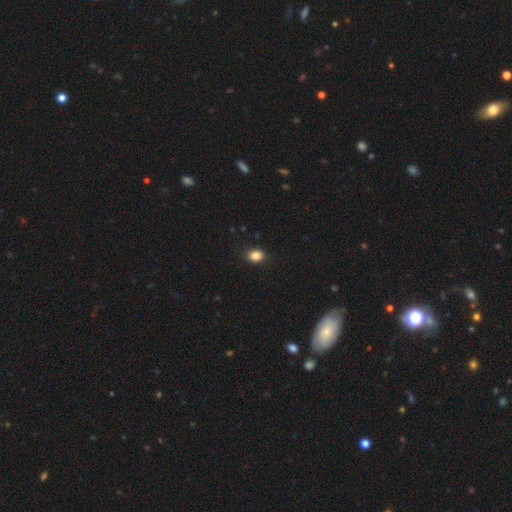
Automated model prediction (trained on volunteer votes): A smooth galaxy with no disk features (85%) that is in between round and cigar-shaped (64%). Merging: none (88%).